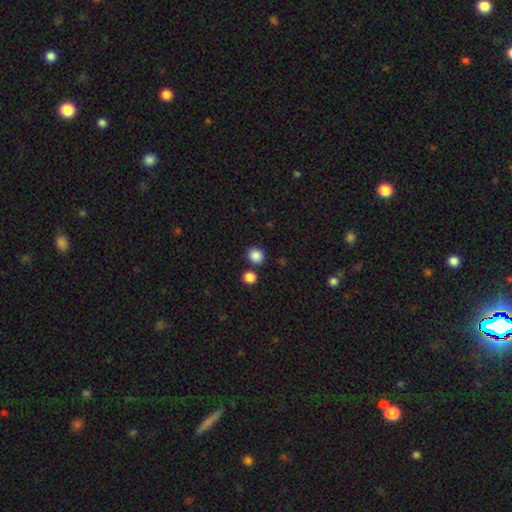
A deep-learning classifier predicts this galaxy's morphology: smooth 87%, star or artifact 10%, featured or disk 3%. Down the decision tree: how rounded — round (89%); merging — none (81%).